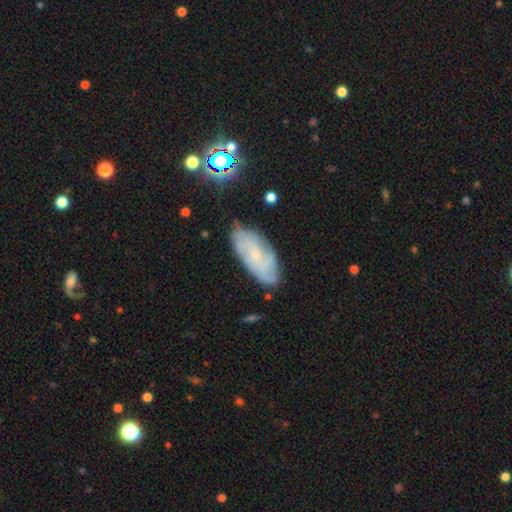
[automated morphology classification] Overall: featured or disk (58%; smooth 32%). Edge-on disk: no (91%). Bar: no (73%). Spiral arms: yes (87%). Bulge size: small (72%). Merging: none (76%).